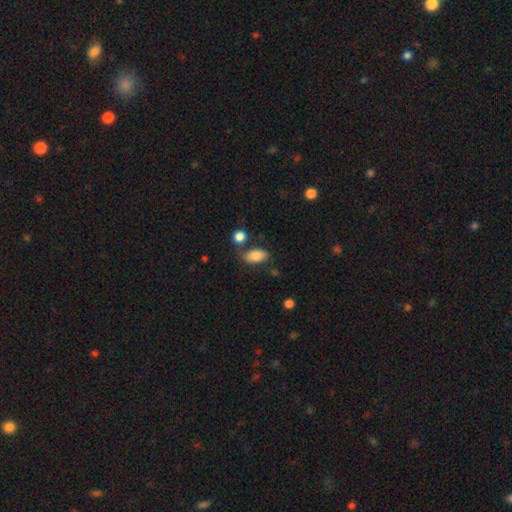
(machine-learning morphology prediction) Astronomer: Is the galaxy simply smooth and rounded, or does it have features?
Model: smooth — 81%.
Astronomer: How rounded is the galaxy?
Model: in between — 91%.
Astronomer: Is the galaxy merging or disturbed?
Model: none — 71%.